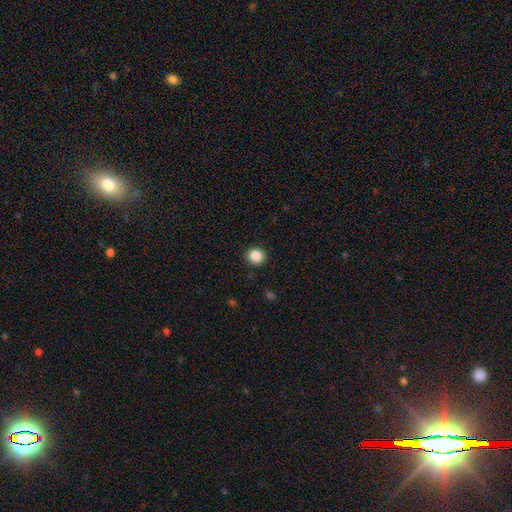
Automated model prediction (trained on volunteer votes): A smooth galaxy with no disk features (87%) that is round (86%). Merging: none (91%).